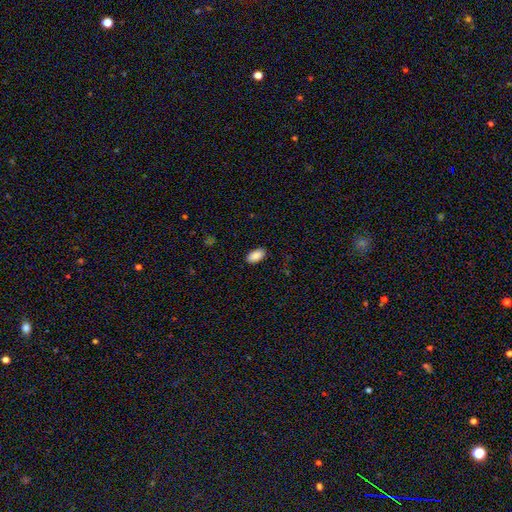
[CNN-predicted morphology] type=smooth (88%); roundness=in between (95%); merging=none (87%).